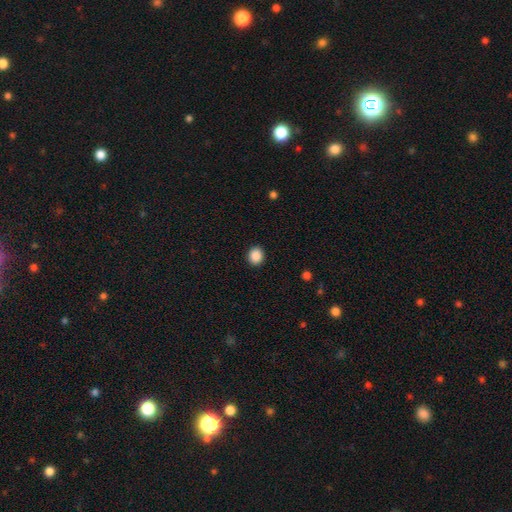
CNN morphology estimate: smooth-or-featured: smooth: 89% | star or artifact: 9% | featured or disk: 2%
  how-rounded: round: 70% | in between: 30% | cigar-shaped: 1%
  merging: none: 91% | minor disturbance: 6% | major disturbance: 2% | merger: 1%